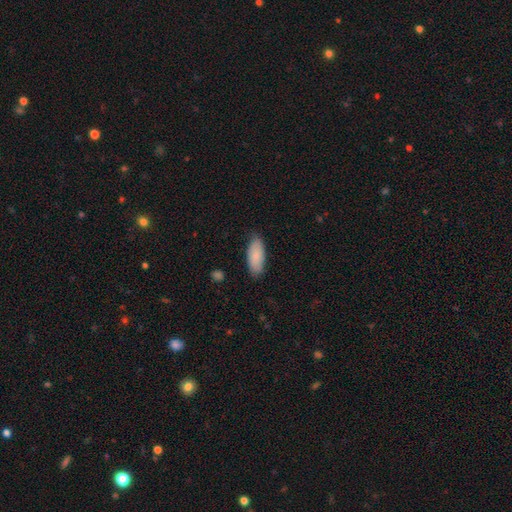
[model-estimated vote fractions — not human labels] Smooth or featured?
  - smooth: 85% *
  - featured or disk: 9%
  - star or artifact: 6%
How rounded?
  - in between: 86% *
  - cigar-shaped: 12%
  - round: 2%
Merging?
  - none: 82% *
  - minor disturbance: 15%
  - major disturbance: 2%
  - merger: 1%